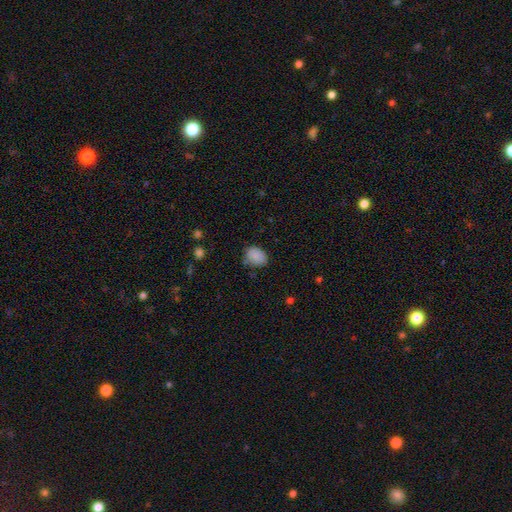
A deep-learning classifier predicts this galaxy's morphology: The model was most divided on "how rounded": in between: 76%, round: 23%, cigar-shaped: 1%. More confident: smooth or featured — smooth (88%); merging — none (76%).